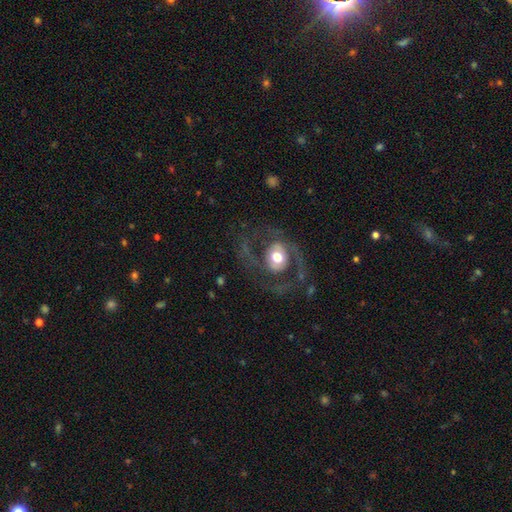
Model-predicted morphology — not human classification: The model was most divided on "bar": no: 54%, weak: 29%, strong: 17%. More confident: edge-on disk — no (96%); spiral arm count — 2 (84%); spiral arms — yes (77%); smooth or featured — featured or disk (77%); merging — none (74%); bulge size — moderate (58%); spiral winding — medium (51%).